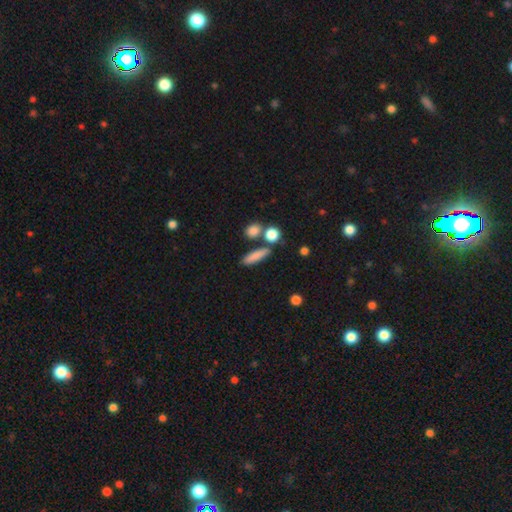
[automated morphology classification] Smooth or featured: smooth — 81% (featured or disk — 11%)
How rounded: cigar-shaped — 61% (in between — 29%)
Merging: none — 74% (merger — 12%)